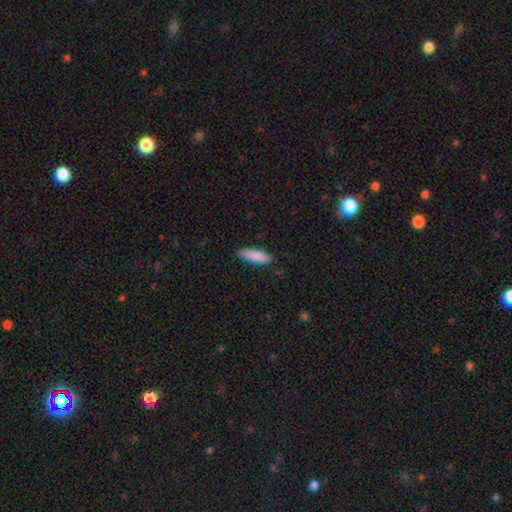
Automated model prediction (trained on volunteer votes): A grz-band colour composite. It shows a smooth galaxy with no disk features (87%) that is cigar-shaped (59%). Merging: none (86%).